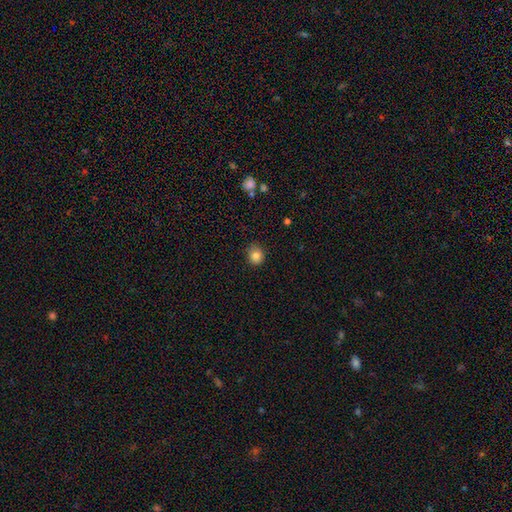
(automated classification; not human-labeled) A smooth galaxy with no disk features (84%) that is round (75%). Merging: none (80%).